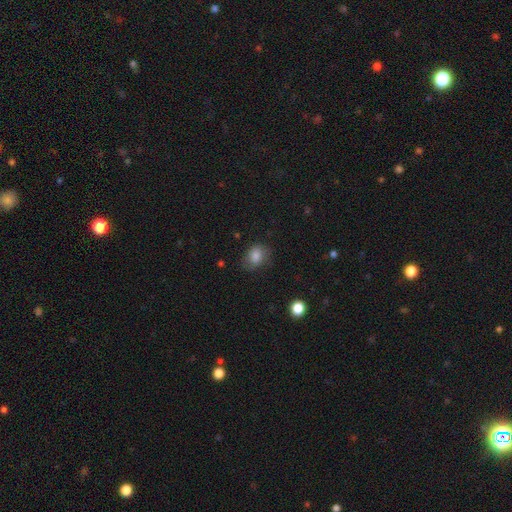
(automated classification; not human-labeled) Morphology: type=smooth (81%); roundness=in between (64%); merging=none (65%).